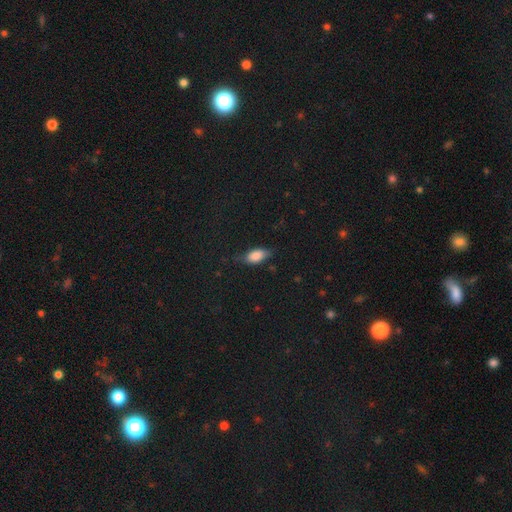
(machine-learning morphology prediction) A smooth galaxy with no disk features (82%) that is in between round and cigar-shaped (89%). Merging: none (67%).